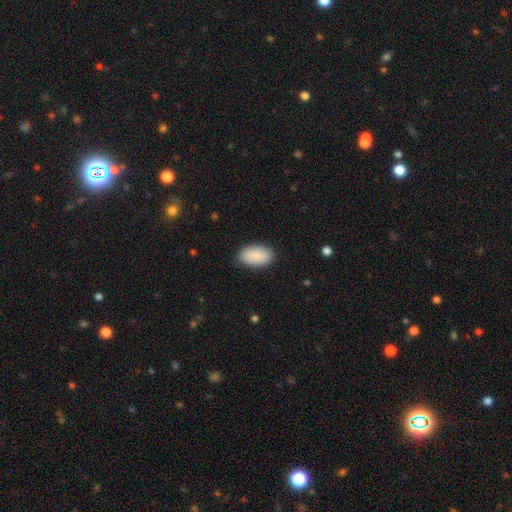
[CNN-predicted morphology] This appears to be a smooth galaxy with no disk features (87%) that is in between round and cigar-shaped (94%). Merging: none (83%).